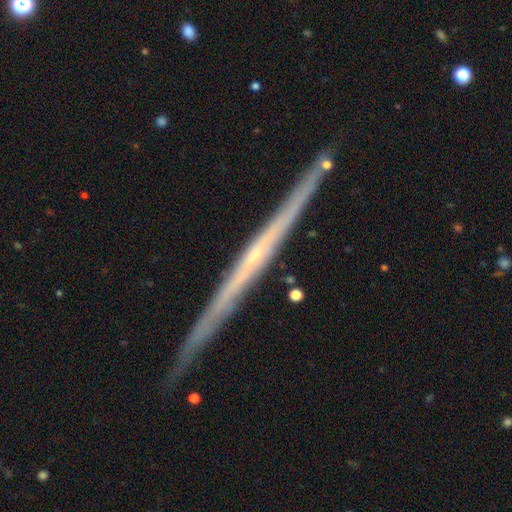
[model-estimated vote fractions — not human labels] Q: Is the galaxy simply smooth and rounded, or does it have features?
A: featured or disk — 81%.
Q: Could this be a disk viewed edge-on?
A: yes — 98%.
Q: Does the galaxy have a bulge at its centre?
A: none — 66%.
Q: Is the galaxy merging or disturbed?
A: none — 88%.